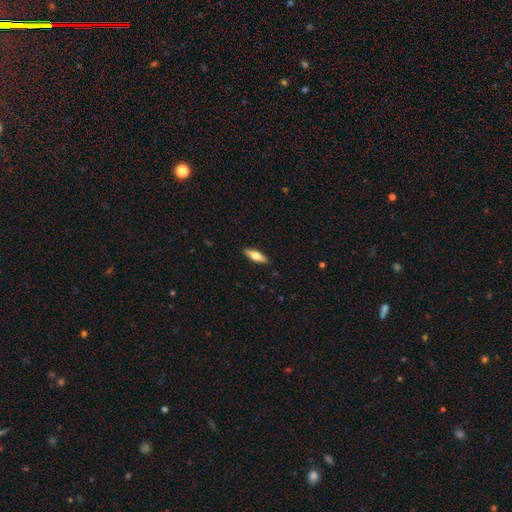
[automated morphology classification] A smooth galaxy with no disk features (54%) that is cigar-shaped (49%, tied with in between).

Vote fractions:
- Smooth or featured? smooth: 54% / featured or disk: 41% / star or artifact: 5%
- How rounded? cigar-shaped: 49% (tied) / in between: 49% (tied) / round: 2%
- Merging? none: 90% / minor disturbance: 7% / major disturbance: 2% / merger: 1%